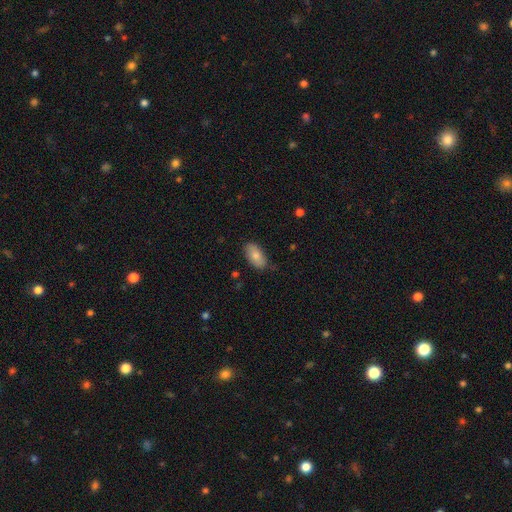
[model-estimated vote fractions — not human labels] Smooth or featured? smooth (80%)
How rounded? in between (93%)
Merging? none (81%)